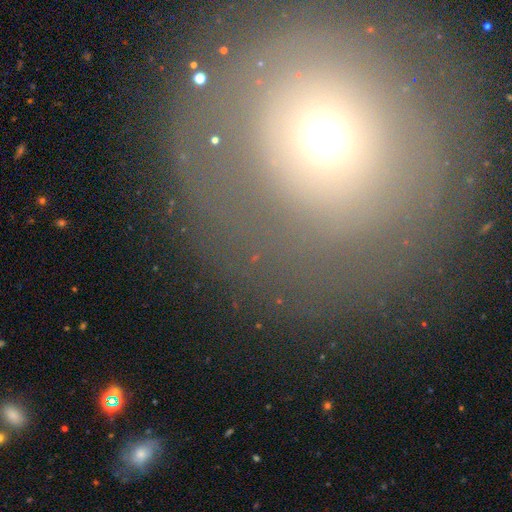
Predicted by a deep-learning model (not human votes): The model was most divided on "smooth or featured": smooth: 49%, featured or disk: 33%, star or artifact: 18%. More confident: merging — none (72%).